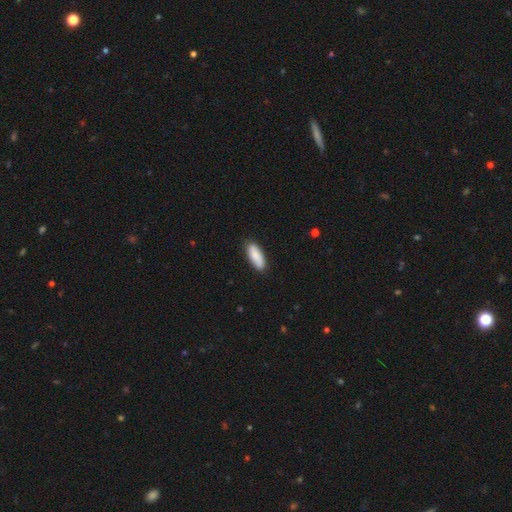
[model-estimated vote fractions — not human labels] Smooth or featured?
  - smooth: 84% *
  - featured or disk: 10%
  - star or artifact: 6%
How rounded?
  - in between: 68% *
  - cigar-shaped: 30%
  - round: 2%
Merging?
  - none: 85% *
  - minor disturbance: 12%
  - major disturbance: 2%
  - merger: 1%